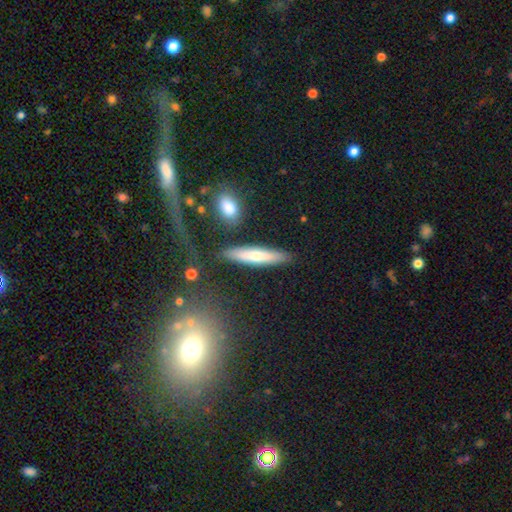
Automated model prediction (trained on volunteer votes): A smooth galaxy with no disk features (64%) that is cigar-shaped (82%).

Vote fractions:
- Smooth or featured? smooth: 64% / featured or disk: 29% / star or artifact: 7%
- How rounded? cigar-shaped: 82% / in between: 16% / round: 2%
- Merging? none: 85% / minor disturbance: 9% / merger: 3% / major disturbance: 2%